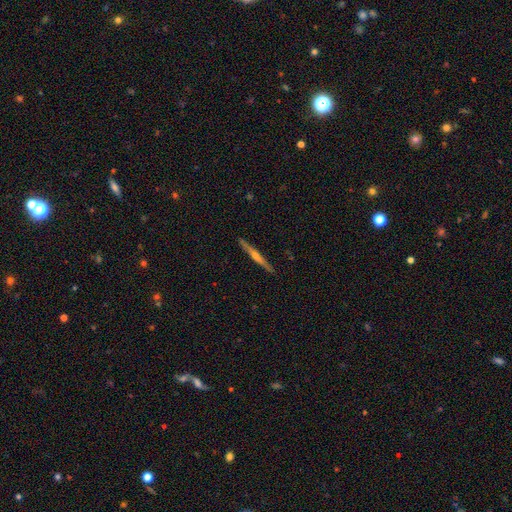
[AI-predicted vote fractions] A featured or disk galaxy (71%) viewed edge-on (98%) with a rounded central bulge (67%). Merging: none (92%).